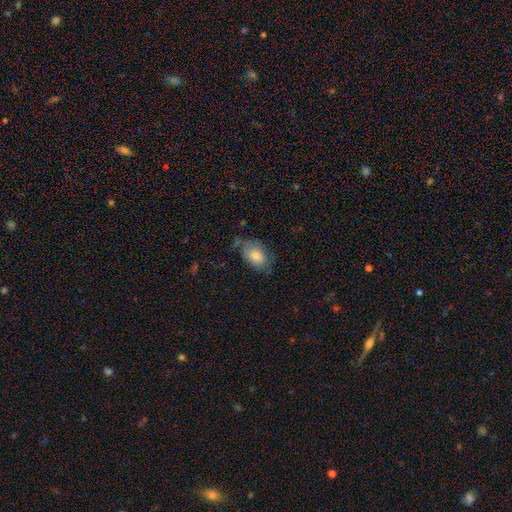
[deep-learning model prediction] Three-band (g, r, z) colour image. It shows a smooth galaxy with no disk features (73%) that is in between round and cigar-shaped (85%). Merging: none (56%).